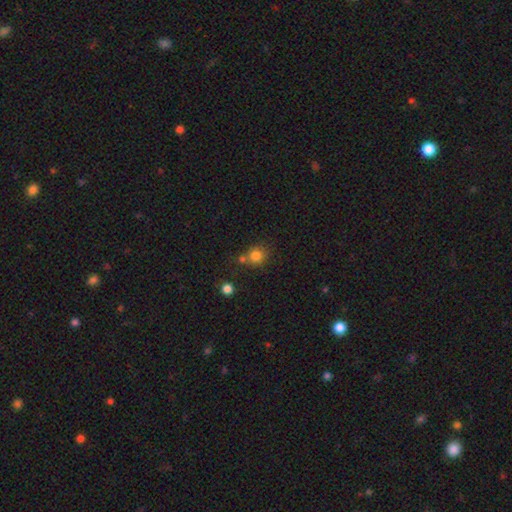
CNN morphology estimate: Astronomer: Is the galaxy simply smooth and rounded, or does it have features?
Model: smooth — 81%.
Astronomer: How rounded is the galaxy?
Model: round — 85%.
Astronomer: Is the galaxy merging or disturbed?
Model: none — 59%.